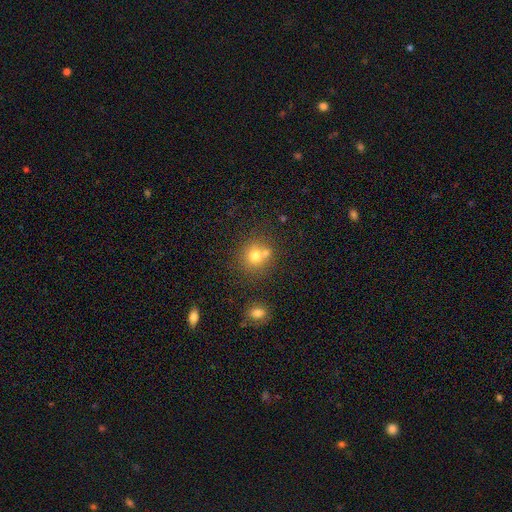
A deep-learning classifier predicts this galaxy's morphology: Smooth or featured? Predicted: smooth (p=0.72). How rounded? Predicted: round (p=0.86). Merging? Predicted: none (p=0.57).